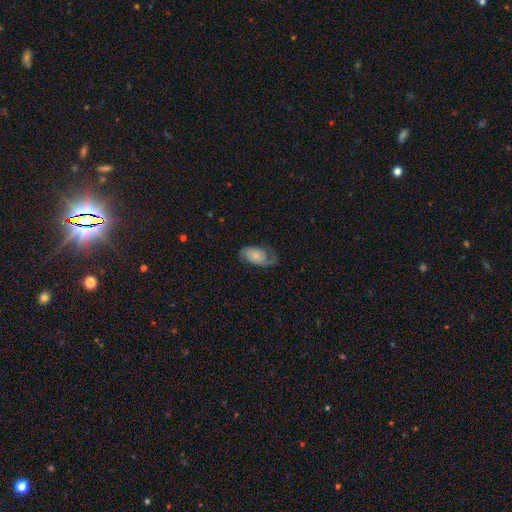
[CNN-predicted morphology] featured or disk 50%, smooth 43%, star or artifact 7%. Down the decision tree: merging — none (52%).